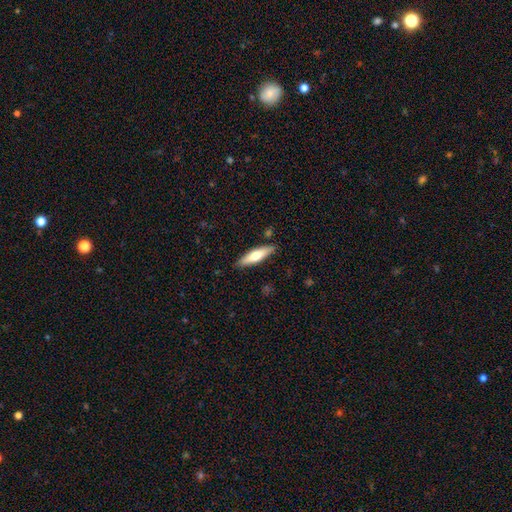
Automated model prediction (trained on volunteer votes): A smooth galaxy with no disk features (58%) that is cigar-shaped (68%).

Vote fractions:
- Smooth or featured? smooth: 58% / featured or disk: 37% / star or artifact: 5%
- How rounded? cigar-shaped: 68% / in between: 31% / round: 2%
- Merging? none: 87% / minor disturbance: 10% / major disturbance: 2% / merger: 2%